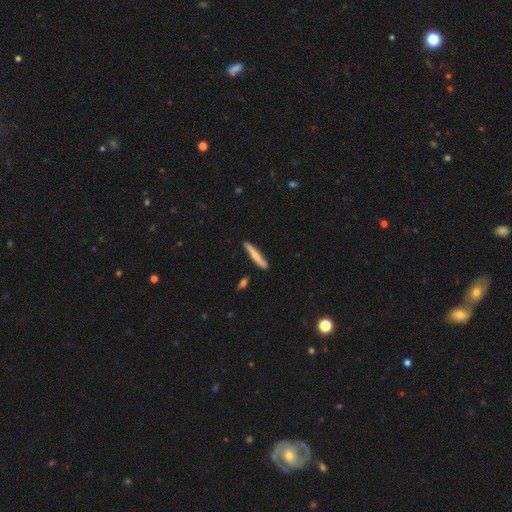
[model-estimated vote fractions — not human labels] Smooth or featured? Predicted: featured or disk (p=0.50). Merging? Predicted: none (p=0.84).